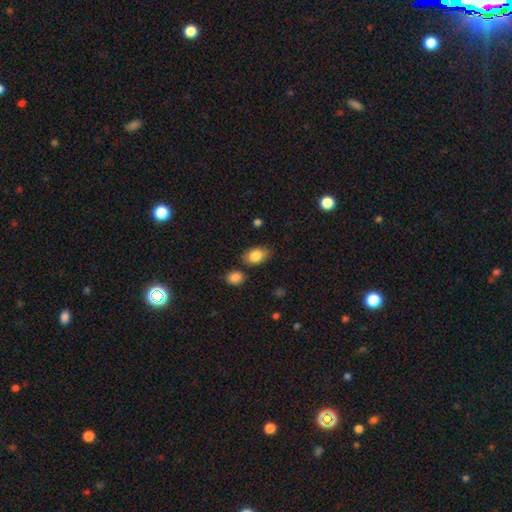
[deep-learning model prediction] Smooth or featured: smooth — 85% (star or artifact — 8%)
How rounded: in between — 87% (round — 12%)
Merging: none — 78% (minor disturbance — 13%)